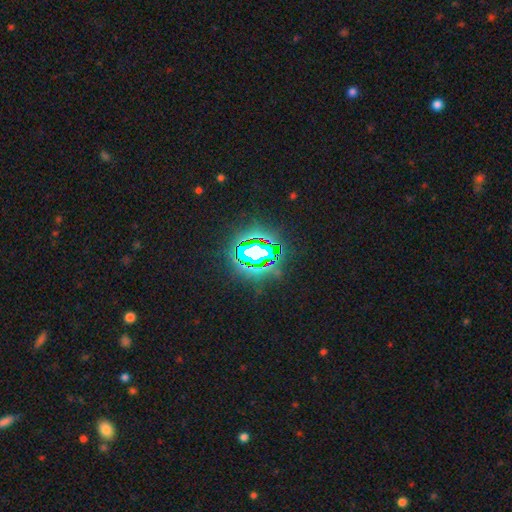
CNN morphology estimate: Overall: star or artifact (75%).